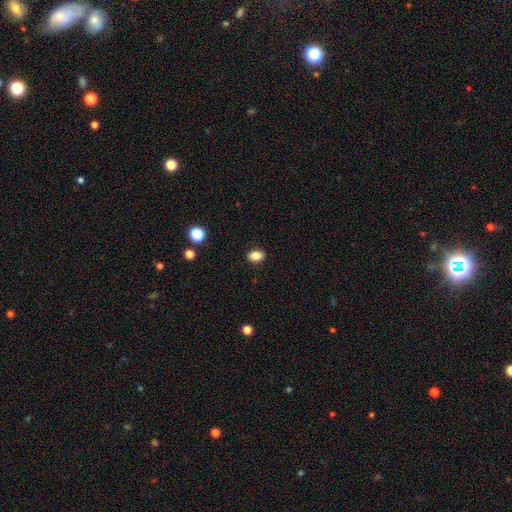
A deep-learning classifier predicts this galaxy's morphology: Q: Smooth or featured?
A: smooth (84%); runner-up: star or artifact (10%)
Q: How rounded?
A: in between (77%); runner-up: round (22%)
Q: Merging?
A: none (89%); runner-up: minor disturbance (8%)